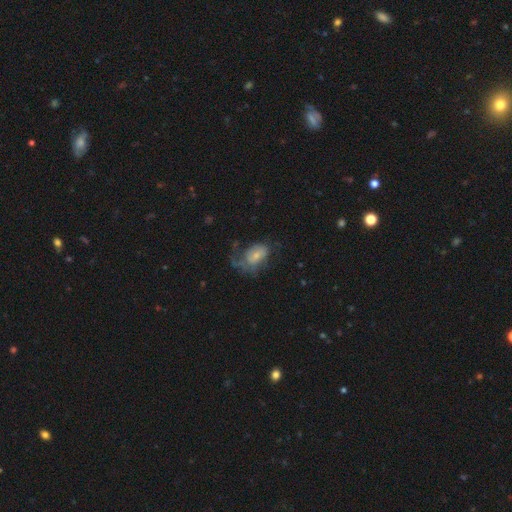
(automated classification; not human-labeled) Smooth or featured? smooth (46%)
Merging? major disturbance (46%)